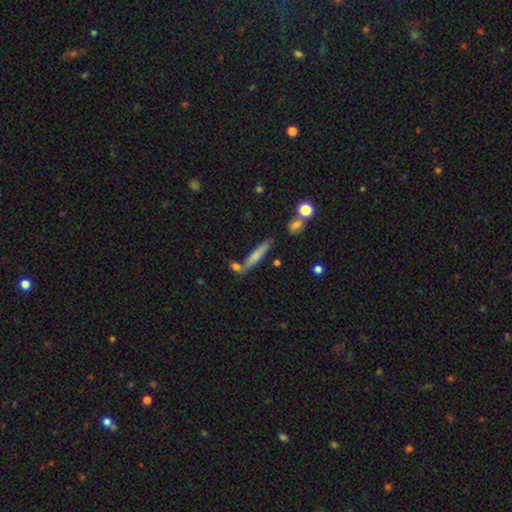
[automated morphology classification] type=smooth (67%); roundness=cigar-shaped (88%); merging=none (69%).